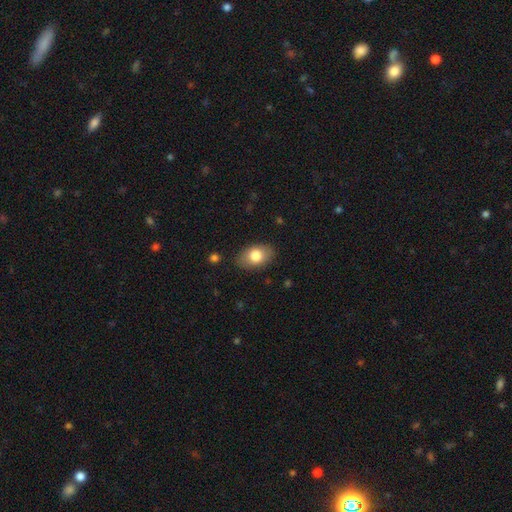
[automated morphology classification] Smooth or featured?
  - smooth: 79% *
  - featured or disk: 14%
  - star or artifact: 7%
How rounded?
  - in between: 88% *
  - round: 10%
  - cigar-shaped: 1%
Merging?
  - none: 85% *
  - minor disturbance: 11%
  - major disturbance: 3%
  - merger: 1%